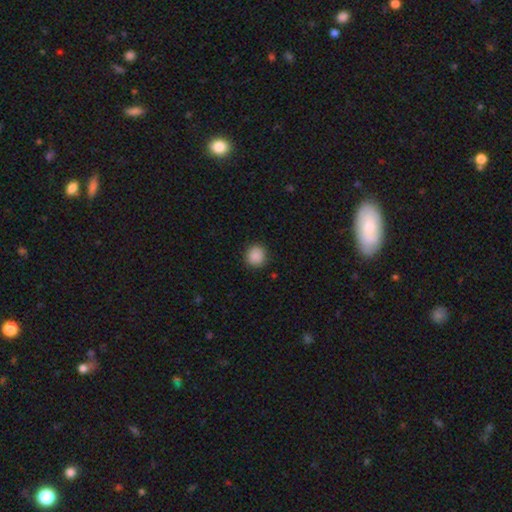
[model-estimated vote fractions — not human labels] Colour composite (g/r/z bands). It shows a smooth galaxy with no disk features (89%) that is round (91%). Merging: none (89%).